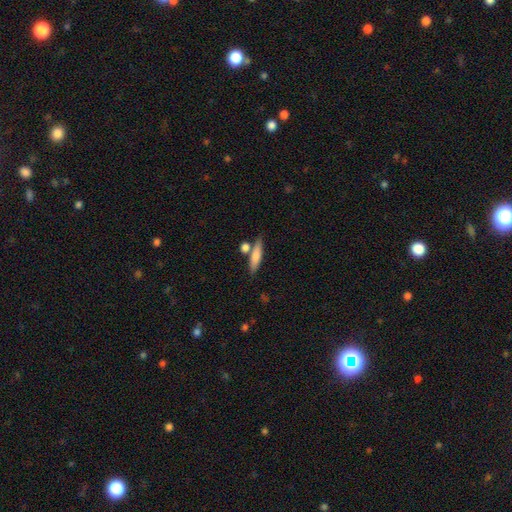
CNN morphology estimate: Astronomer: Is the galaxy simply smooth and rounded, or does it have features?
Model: smooth — 73%.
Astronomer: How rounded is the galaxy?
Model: cigar-shaped — 73%.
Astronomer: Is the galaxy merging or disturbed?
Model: none — 69%.